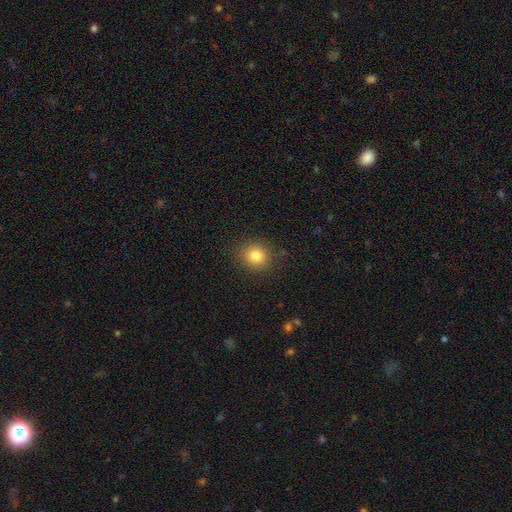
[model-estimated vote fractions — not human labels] A smooth galaxy with no disk features (82%) that is round (82%). Merging: none (89%).